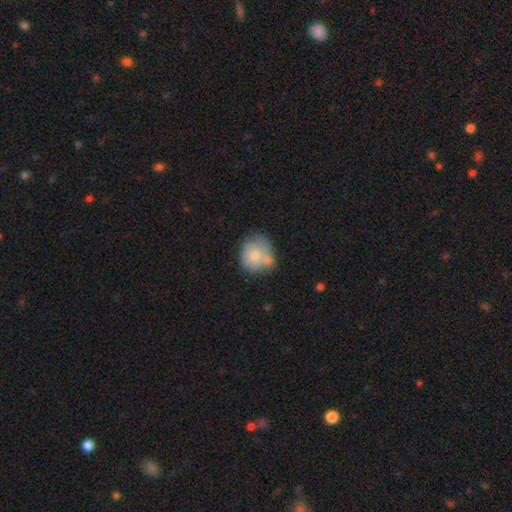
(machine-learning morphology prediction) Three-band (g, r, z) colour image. It shows a smooth galaxy with no disk features (70%) that is round (75%). Merging: none (44%).